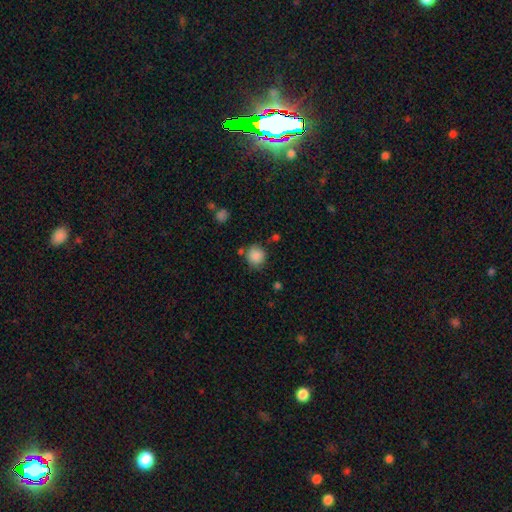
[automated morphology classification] This appears to be a smooth galaxy with no disk features (87%) that is round (88%). Merging: none (75%).